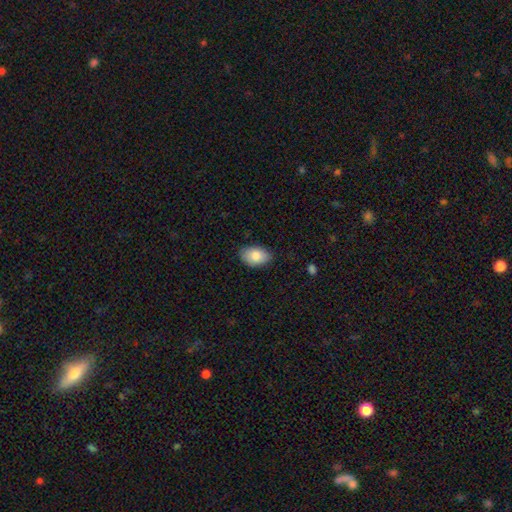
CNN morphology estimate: smooth 83%, featured or disk 10%, star or artifact 7%. Down the decision tree: how rounded — in between (89%); merging — none (81%).